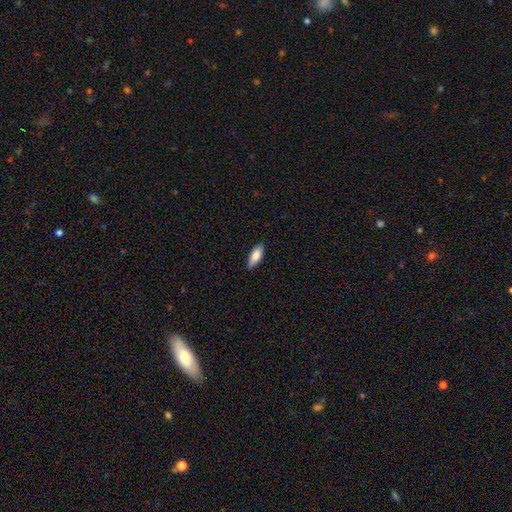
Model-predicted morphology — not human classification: Smooth or featured: smooth — 82% (featured or disk — 12%)
How rounded: in between — 70% (cigar-shaped — 28%)
Merging: none — 87% (minor disturbance — 10%)